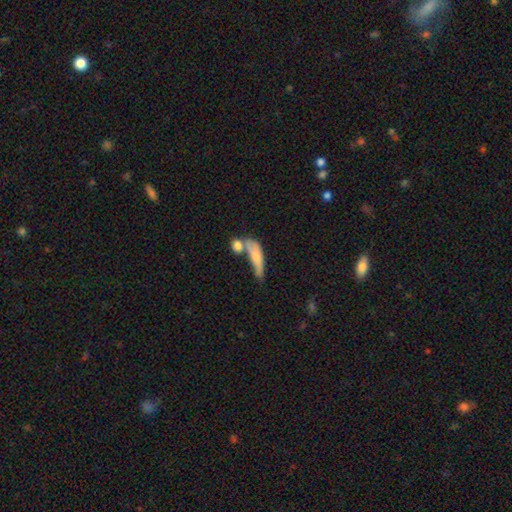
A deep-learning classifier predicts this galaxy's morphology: Smooth or featured? Predicted: smooth (p=0.69). How rounded? Predicted: cigar-shaped (p=0.48). Merging? Predicted: merger (p=0.39).